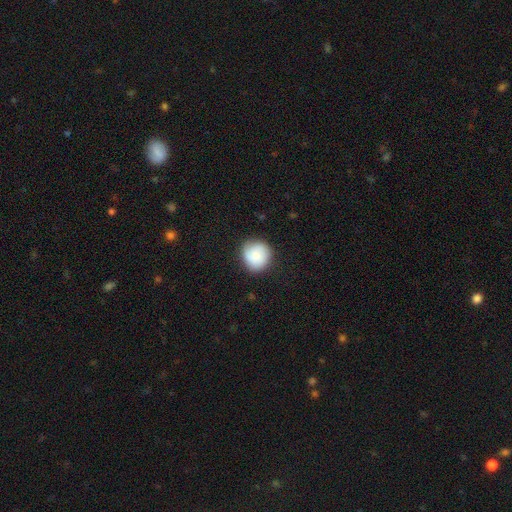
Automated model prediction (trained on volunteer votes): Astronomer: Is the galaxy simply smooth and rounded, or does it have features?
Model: smooth — 75%.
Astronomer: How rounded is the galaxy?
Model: round — 91%.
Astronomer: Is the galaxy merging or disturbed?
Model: none — 82%.